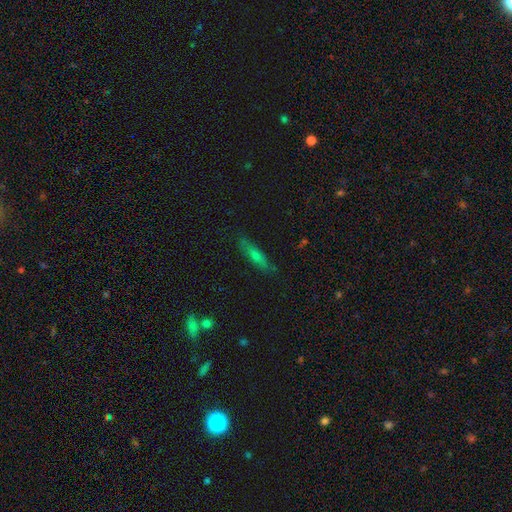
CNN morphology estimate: This appears to be a smooth galaxy with no disk features (46%). Merging: none (85%).